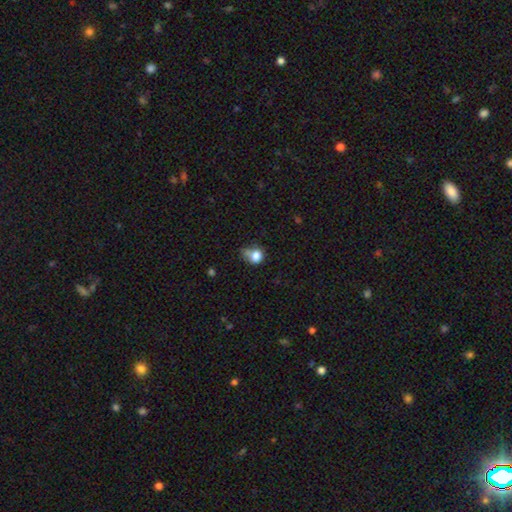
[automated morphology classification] Smooth or featured? smooth (79%)
How rounded? round (68%)
Merging? none (40%)